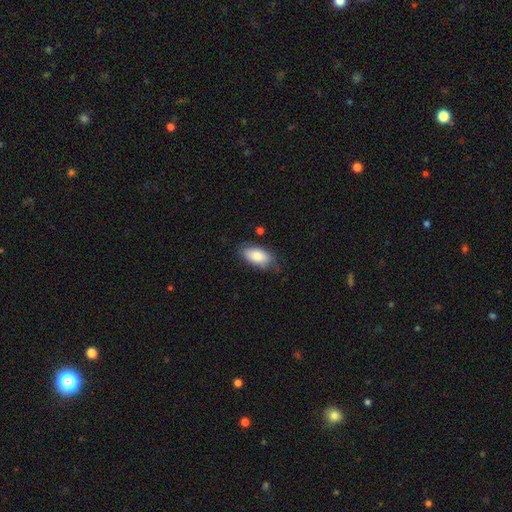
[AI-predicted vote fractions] Q: Smooth or featured?
A: smooth (81%); runner-up: featured or disk (12%)
Q: How rounded?
A: in between (92%); runner-up: cigar-shaped (5%)
Q: Merging?
A: none (75%); runner-up: minor disturbance (19%)